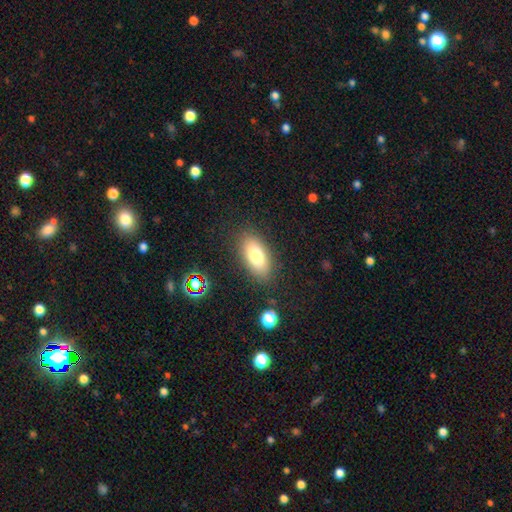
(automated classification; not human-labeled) This appears to be a smooth galaxy with no disk features (79%) that is in between round and cigar-shaped (89%). Merging: none (85%).